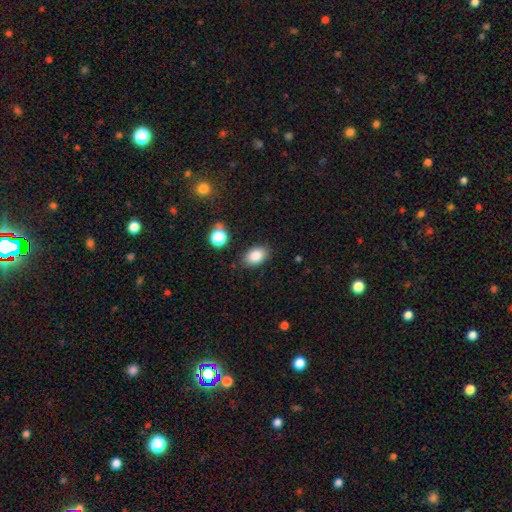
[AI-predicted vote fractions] Q: Smooth or featured?
A: smooth (85%); runner-up: star or artifact (9%)
Q: How rounded?
A: in between (86%); runner-up: round (12%)
Q: Merging?
A: none (82%); runner-up: minor disturbance (12%)